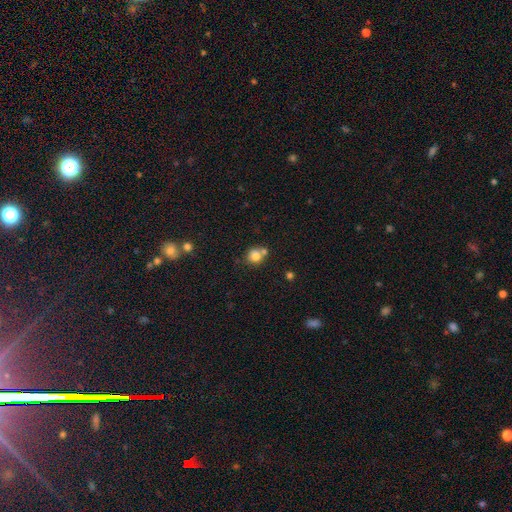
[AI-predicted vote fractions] Q: Smooth or featured?
A: smooth (79%); runner-up: star or artifact (11%)
Q: How rounded?
A: round (83%); runner-up: in between (16%)
Q: Merging?
A: none (53%); runner-up: merger (32%)